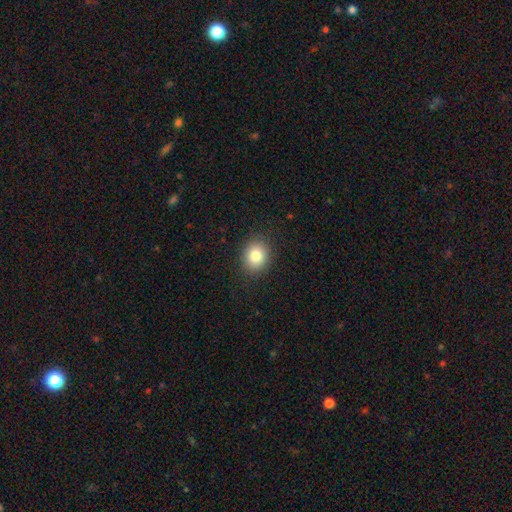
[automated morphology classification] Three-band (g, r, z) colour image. It shows a smooth galaxy with no disk features (82%) that is round (67%). Merging: none (89%).